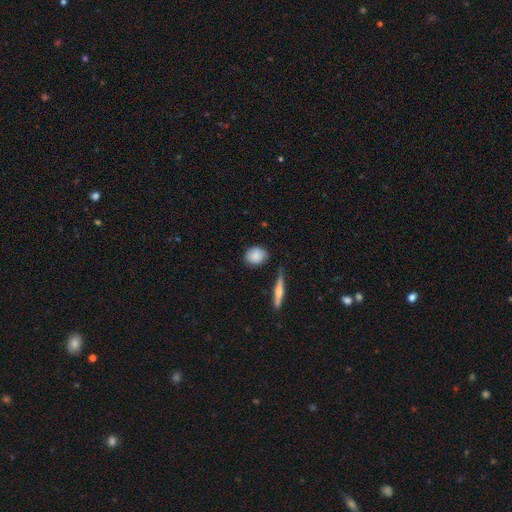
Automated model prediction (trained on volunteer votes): Overall: smooth (85%). How rounded: round (54%; in between 42%). Merging: none (77%).